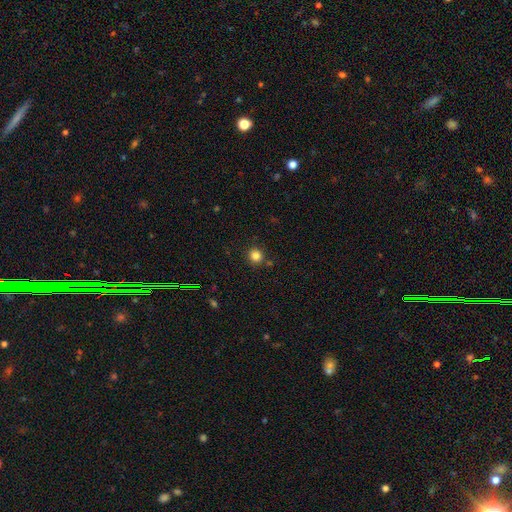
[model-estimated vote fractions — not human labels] Q: Smooth or featured?
A: smooth (83%); runner-up: star or artifact (13%)
Q: How rounded?
A: round (94%); runner-up: in between (5%)
Q: Merging?
A: none (87%); runner-up: minor disturbance (7%)